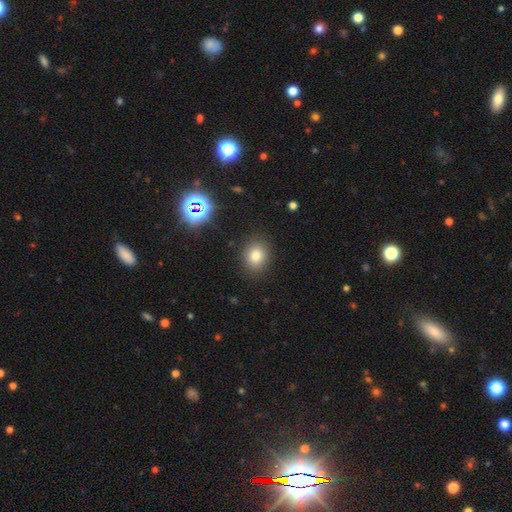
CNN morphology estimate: Overall: smooth (77%). How rounded: round (63%; in between 36%). Merging: none (87%).